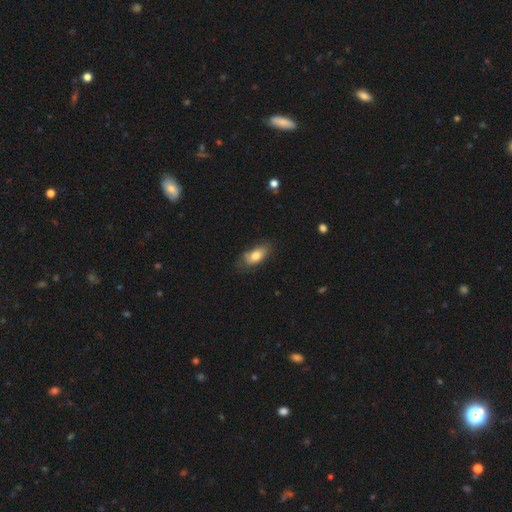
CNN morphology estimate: Q: Smooth or featured?
A: smooth (77%); runner-up: featured or disk (16%)
Q: How rounded?
A: in between (86%); runner-up: cigar-shaped (10%)
Q: Merging?
A: none (66%); runner-up: minor disturbance (25%)